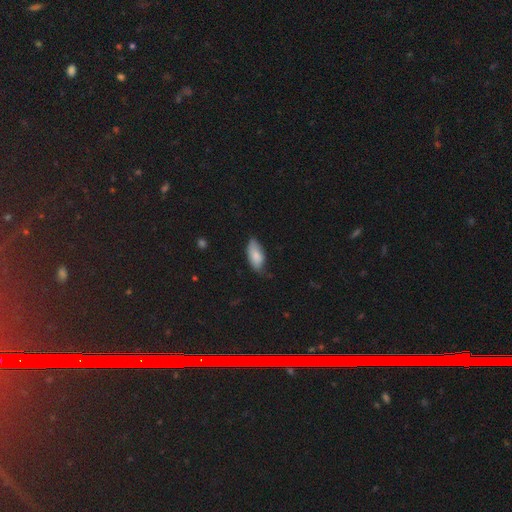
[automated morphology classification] Smooth or featured? smooth (82%)
How rounded? in between (90%)
Merging? none (61%)